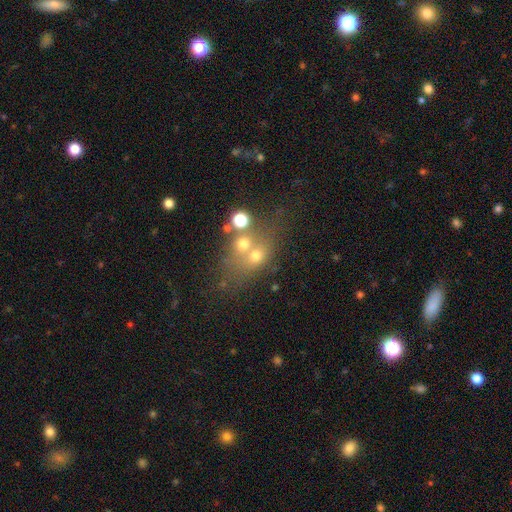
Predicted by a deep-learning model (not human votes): A smooth galaxy with no disk features (60%) that is round (62%). Merging: merger (47%).